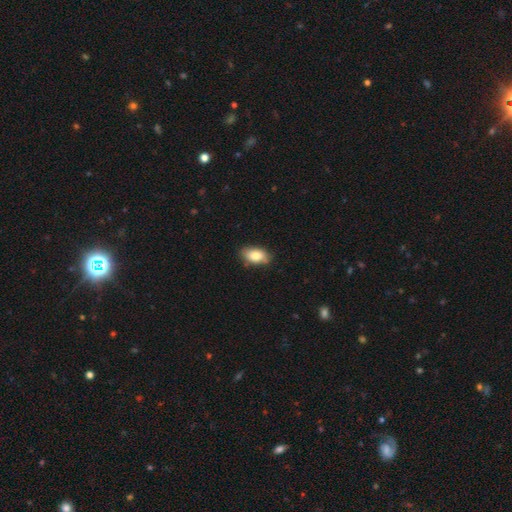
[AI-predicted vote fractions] Q: Smooth or featured?
A: smooth (81%); runner-up: featured or disk (11%)
Q: How rounded?
A: in between (91%); runner-up: round (7%)
Q: Merging?
A: none (79%); runner-up: minor disturbance (17%)